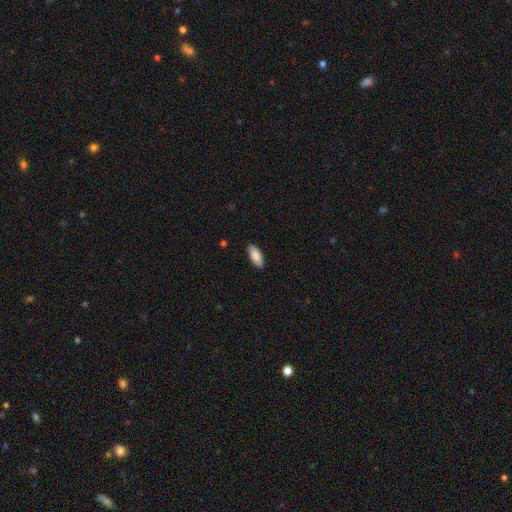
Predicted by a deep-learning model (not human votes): The model was most divided on "how rounded": in between: 84%, cigar-shaped: 14%, round: 2%. More confident: merging — none (90%); smooth or featured — smooth (87%).